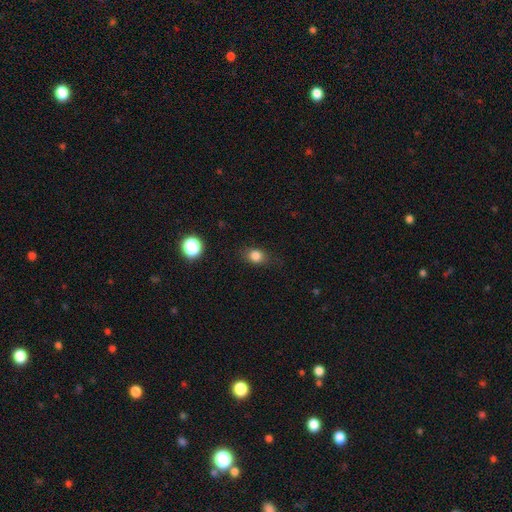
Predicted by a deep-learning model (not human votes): A smooth galaxy with no disk features (82%) that is in between round and cigar-shaped (49%, tied with round).

Vote fractions:
- Smooth or featured? smooth: 82% / star or artifact: 12% / featured or disk: 6%
- How rounded? in between: 49% (tied) / round: 49% (tied) / cigar-shaped: 2%
- Merging? none: 78% / minor disturbance: 16% / major disturbance: 5% / merger: 1%